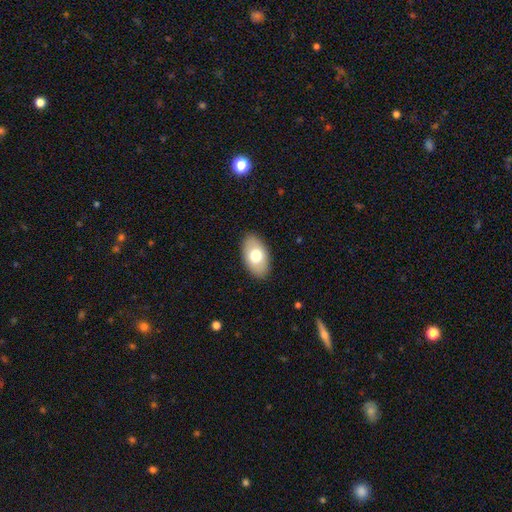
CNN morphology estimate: smooth_or_featured: smooth (p=0.71) [alt: featured or disk p=0.22]
how_rounded: in between (p=0.93) [alt: round p=0.06]
merging: none (p=0.88) [alt: minor disturbance p=0.09]